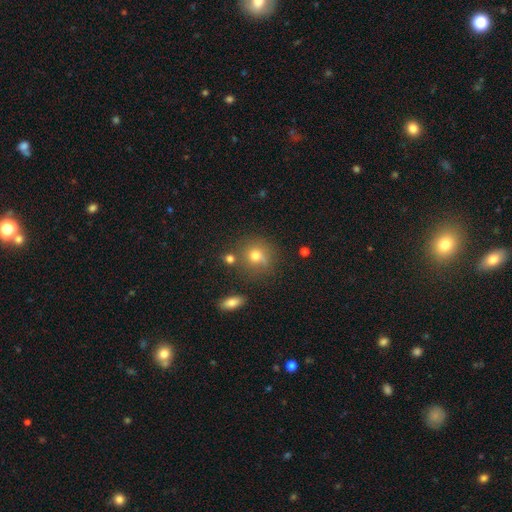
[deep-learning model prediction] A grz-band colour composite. It shows a smooth galaxy with no disk features (72%) that is round (82%). Merging: none (64%).